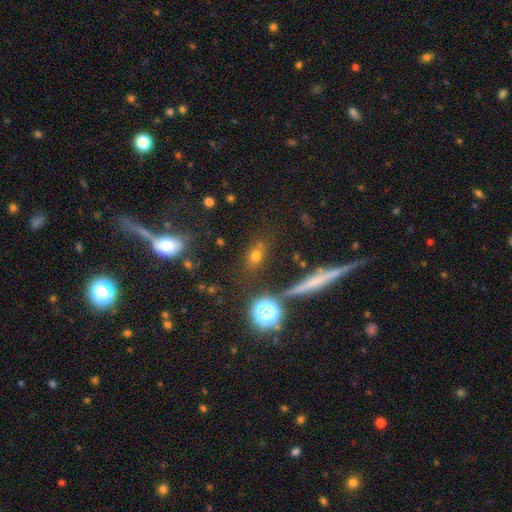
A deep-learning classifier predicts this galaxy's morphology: Smooth or featured? smooth (62%)
How rounded? in between (47%)
Merging? none (78%)